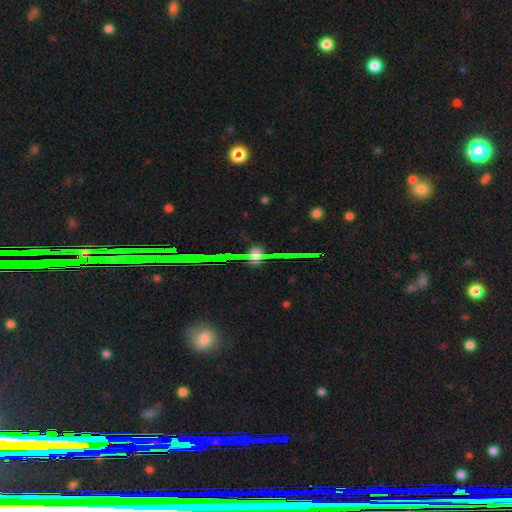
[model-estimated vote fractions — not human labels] Q: Smooth or featured?
A: featured or disk (74%); runner-up: star or artifact (17%)
Q: Edge-on disk?
A: yes (91%); runner-up: no (9%)
Q: Edge-on bulge?
A: rounded (94%); runner-up: boxy (4%)
Q: Merging?
A: none (84%); runner-up: minor disturbance (9%)